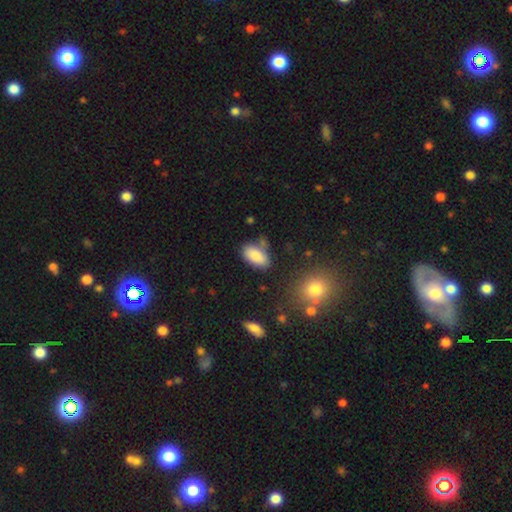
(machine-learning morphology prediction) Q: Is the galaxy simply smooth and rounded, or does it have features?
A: smooth — 85%.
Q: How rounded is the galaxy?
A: in between — 93%.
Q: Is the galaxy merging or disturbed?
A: none — 69%.